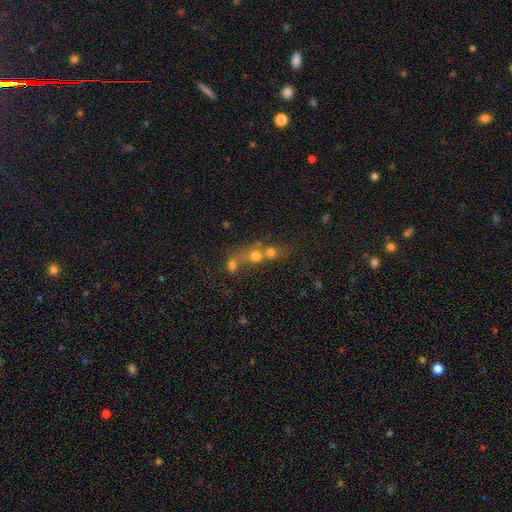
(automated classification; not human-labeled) smooth-or-featured: smooth: 59% | featured or disk: 21% | star or artifact: 20%
  how-rounded: round: 75% | in between: 22% | cigar-shaped: 4%
  merging: merger: 63% | none: 26% | minor disturbance: 5% | major disturbance: 5%